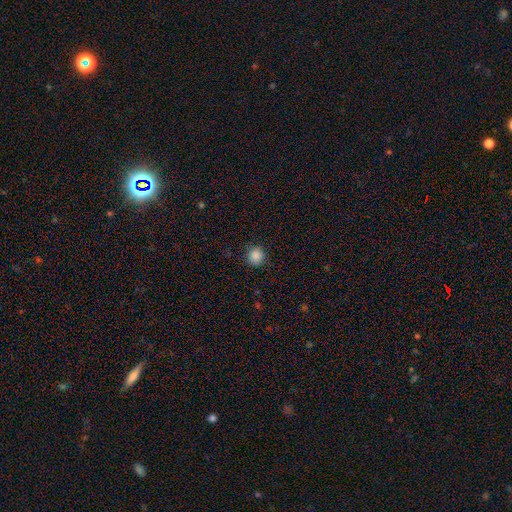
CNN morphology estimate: A smooth galaxy with no disk features (87%) that is round (92%).

Vote fractions:
- Smooth or featured? smooth: 87% / star or artifact: 10% / featured or disk: 3%
- How rounded? round: 92% / in between: 7% / cigar-shaped: 1%
- Merging? none: 90% / minor disturbance: 7% / major disturbance: 2% / merger: 1%